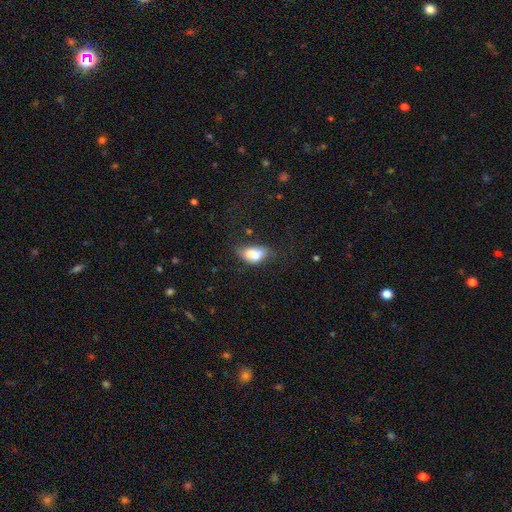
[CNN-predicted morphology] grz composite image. It shows a smooth galaxy with no disk features (67%) that is in between round and cigar-shaped (83%). Merging: merger (38%).